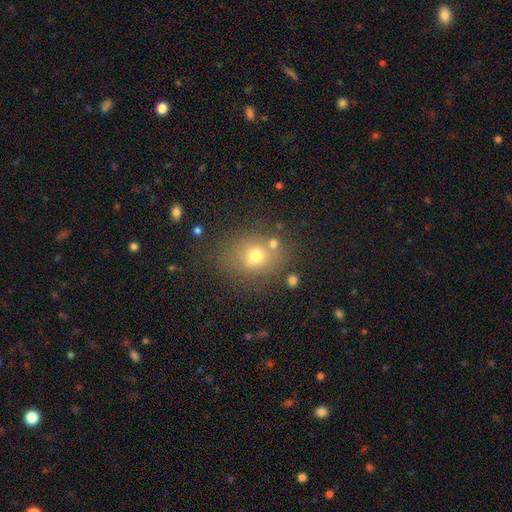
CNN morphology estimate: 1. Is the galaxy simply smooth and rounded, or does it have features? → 67% smooth, 17% star or artifact, 16% featured or disk.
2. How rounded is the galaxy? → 55% round, 43% in between, 1% cigar-shaped.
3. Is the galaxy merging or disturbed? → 70% none, 14% minor disturbance, 10% merger, 6% major disturbance.